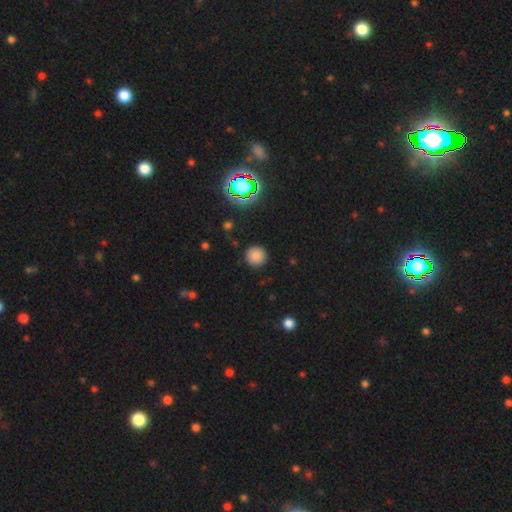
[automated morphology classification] Smooth or featured? Predicted: smooth (p=0.80). How rounded? Predicted: round (p=0.95). Merging? Predicted: none (p=0.91).